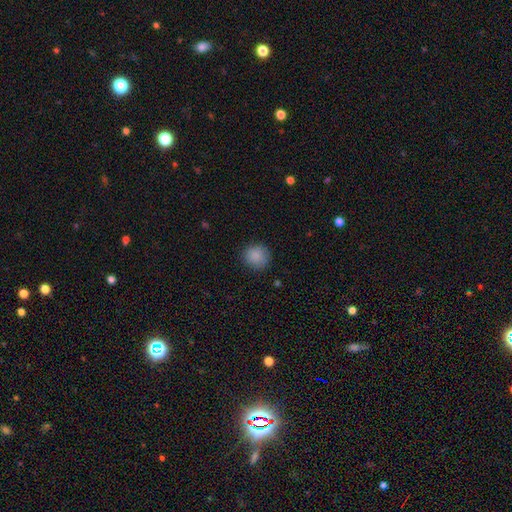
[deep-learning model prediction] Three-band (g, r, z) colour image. It shows a smooth galaxy with no disk features (88%) that is round (90%). Merging: none (86%).